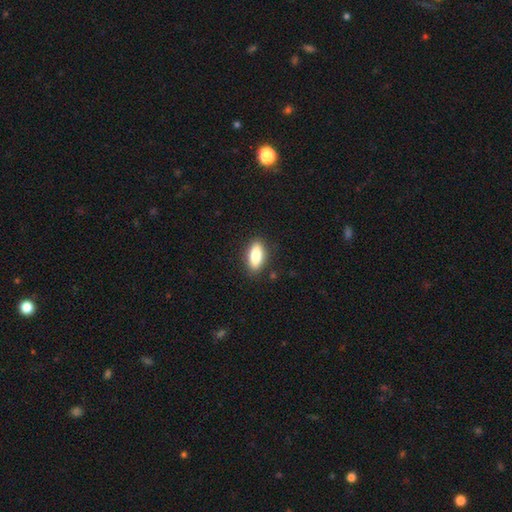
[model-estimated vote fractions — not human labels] Smooth or featured?
  - smooth: 82% *
  - featured or disk: 11%
  - star or artifact: 7%
How rounded?
  - in between: 78% *
  - cigar-shaped: 19%
  - round: 3%
Merging?
  - none: 87% *
  - minor disturbance: 9%
  - major disturbance: 2%
  - merger: 1%